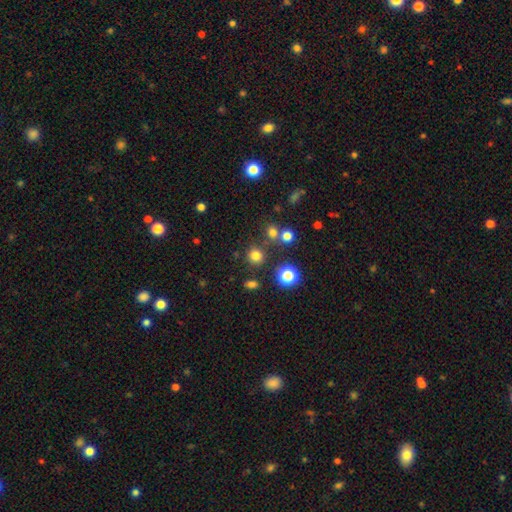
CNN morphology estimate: The model was most divided on "smooth or featured": smooth: 75%, star or artifact: 19%, featured or disk: 6%. More confident: how rounded — round (89%); merging — none (81%).